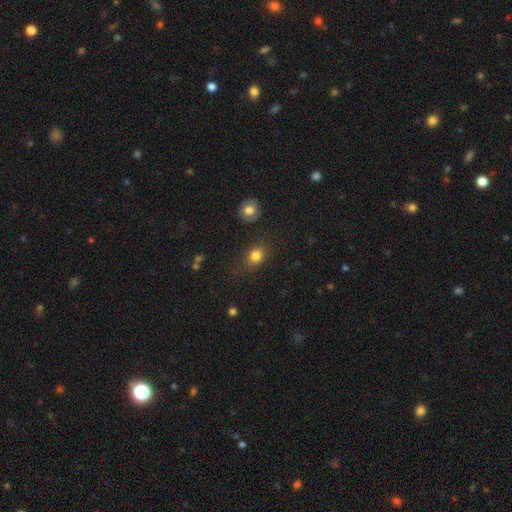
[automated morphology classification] smooth-or-featured: smooth: 82% | star or artifact: 12% | featured or disk: 7%
  how-rounded: round: 52% | in between: 46% | cigar-shaped: 2%
  merging: none: 76% | minor disturbance: 15% | major disturbance: 6% | merger: 3%